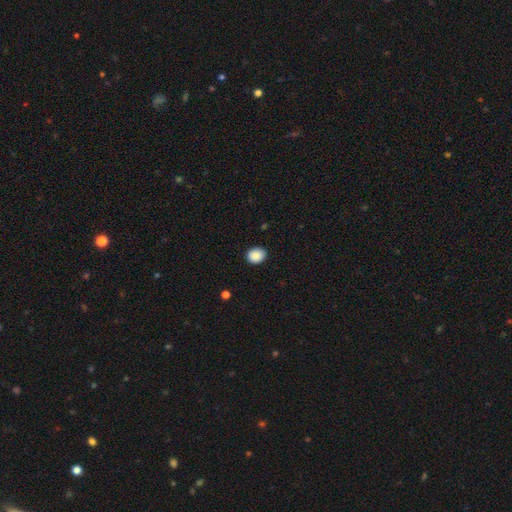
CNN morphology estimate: This is clearly a smooth galaxy (88%). How rounded: likely round (61%). Merging: clearly none (88%).